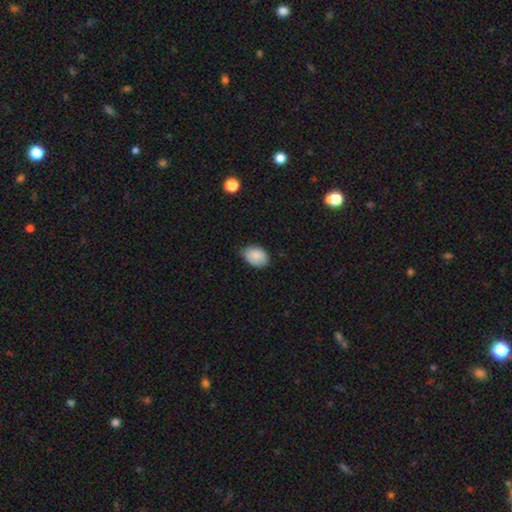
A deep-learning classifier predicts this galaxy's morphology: Smooth or featured? Predicted: smooth (p=0.86). How rounded? Predicted: in between (p=0.77). Merging? Predicted: none (p=0.71).